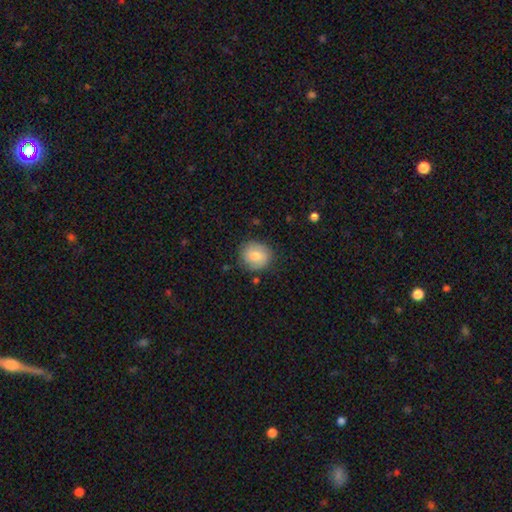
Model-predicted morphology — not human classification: smooth 75%, featured or disk 18%, star or artifact 8%. Down the decision tree: how rounded — round (78%); merging — none (81%).